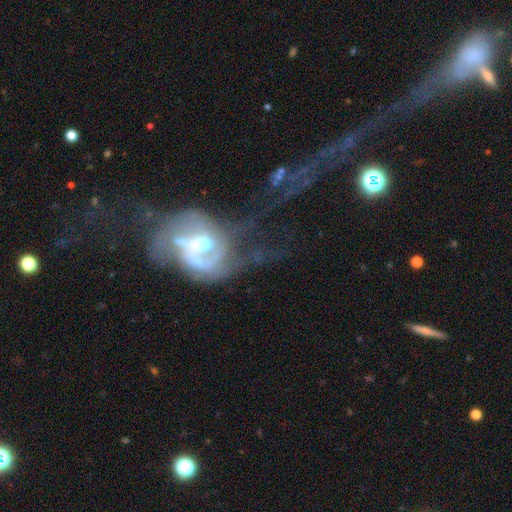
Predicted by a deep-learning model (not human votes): This is clearly a featured or disk galaxy (80%). It is clearly not viewed edge-on (96%). Bar: marginally no (40%, tied with weak). Spiral arm pattern: likely yes (79%). Spiral arm count: possibly 2 (56%). Spiral winding: marginally loose (42%). Central bulge: possibly moderate (57%). Merging: marginally major disturbance (42%).